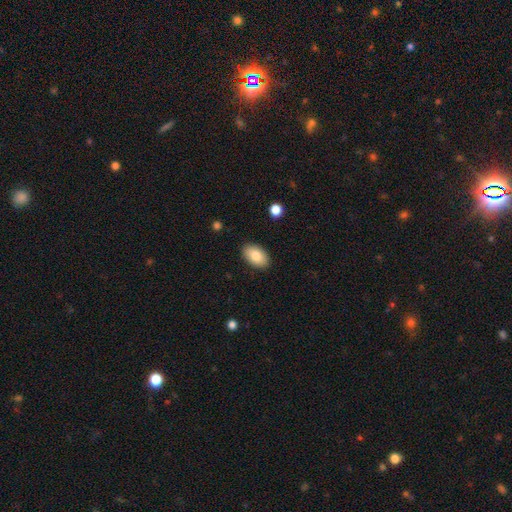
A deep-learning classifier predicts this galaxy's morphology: Q: Smooth or featured?
A: smooth (83%); runner-up: featured or disk (10%)
Q: How rounded?
A: in between (92%); runner-up: round (7%)
Q: Merging?
A: none (88%); runner-up: minor disturbance (9%)